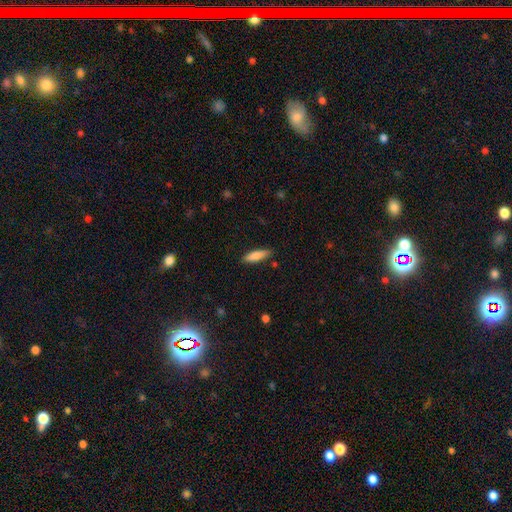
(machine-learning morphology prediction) A smooth galaxy with no disk features (83%) that is cigar-shaped (58%).

Vote fractions:
- Smooth or featured? smooth: 83% / featured or disk: 11% / star or artifact: 6%
- How rounded? cigar-shaped: 58% / in between: 40% / round: 2%
- Merging? none: 85% / minor disturbance: 11% / major disturbance: 2% / merger: 2%